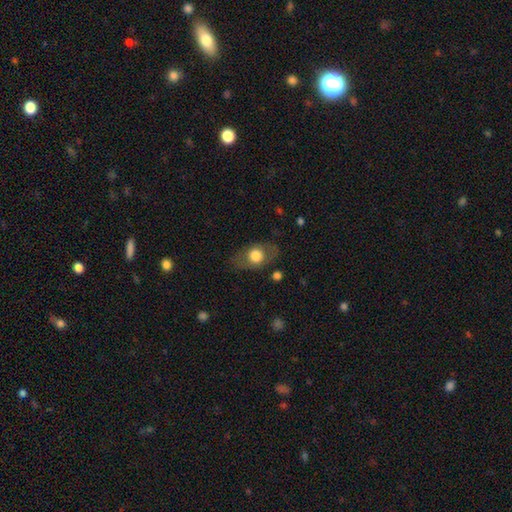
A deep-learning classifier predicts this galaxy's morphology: Smooth or featured?
  - smooth: 62% *
  - featured or disk: 31%
  - star or artifact: 7%
How rounded?
  - in between: 69% *
  - round: 29%
  - cigar-shaped: 2%
Merging?
  - none: 75% *
  - minor disturbance: 16%
  - major disturbance: 8%
  - merger: 1%